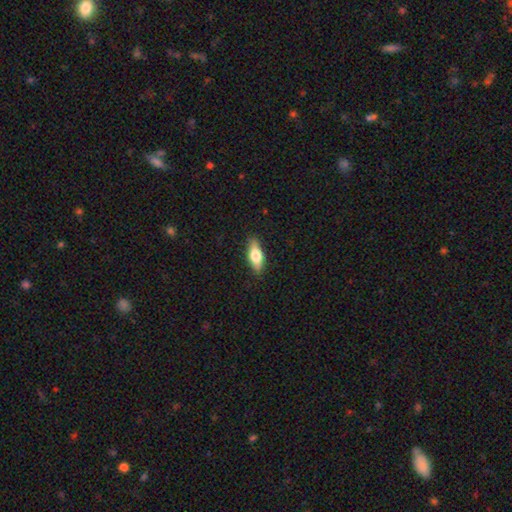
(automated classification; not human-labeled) Smooth or featured? Predicted: smooth (p=0.61). How rounded? Predicted: in between (p=0.69). Merging? Predicted: none (p=0.86).